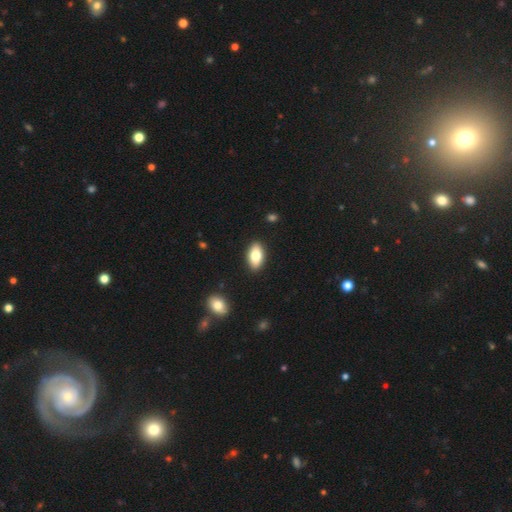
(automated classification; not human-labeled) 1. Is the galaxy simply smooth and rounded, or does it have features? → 78% smooth, 15% featured or disk, 7% star or artifact.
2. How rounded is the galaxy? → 91% in between, 5% cigar-shaped, 4% round.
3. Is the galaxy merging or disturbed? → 89% none, 8% minor disturbance, 2% major disturbance, 1% merger.